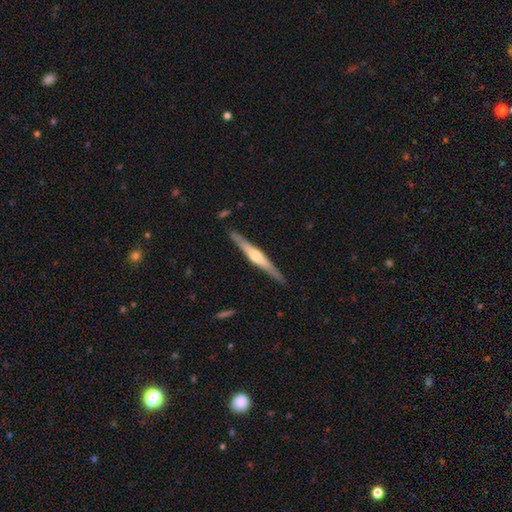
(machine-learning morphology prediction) featured or disk 70%, smooth 25%, star or artifact 5%. Down the decision tree: edge-on disk — yes (98%); edge-on bulge — rounded (86%); merging — none (89%).